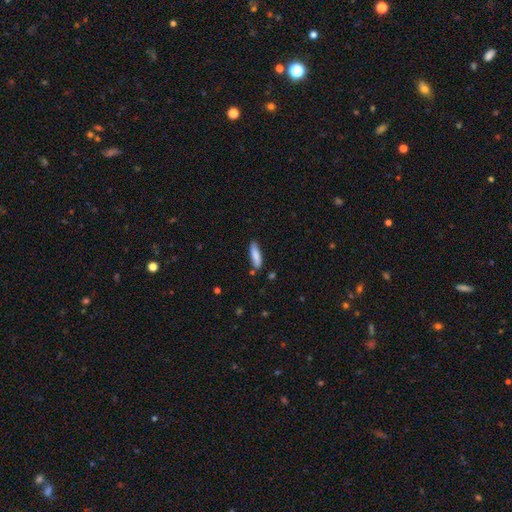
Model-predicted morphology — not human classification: smooth_or_featured: smooth (p=0.83) [alt: featured or disk p=0.10]
how_rounded: cigar-shaped (p=0.61) [alt: in between p=0.37]
merging: none (p=0.79) [alt: minor disturbance p=0.15]